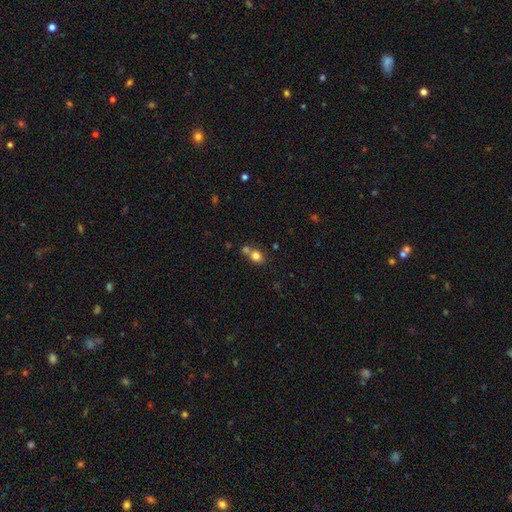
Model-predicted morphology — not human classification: Smooth or featured: smooth — 79% (star or artifact — 11%)
How rounded: round — 55% (in between — 44%)
Merging: none — 48% (merger — 38%)